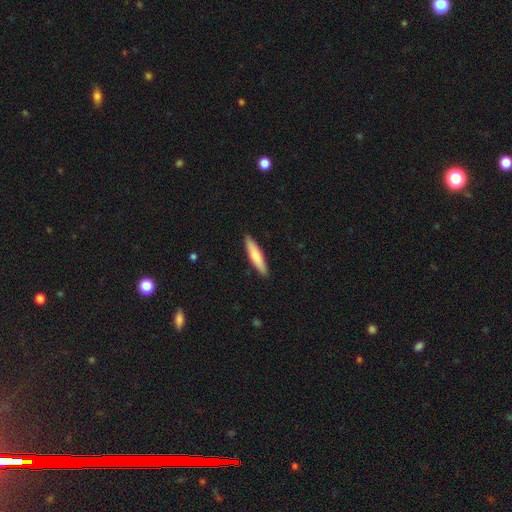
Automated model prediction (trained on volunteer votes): Q: Smooth or featured?
A: smooth (72%); runner-up: featured or disk (23%)
Q: How rounded?
A: cigar-shaped (83%); runner-up: in between (16%)
Q: Merging?
A: none (91%); runner-up: minor disturbance (7%)